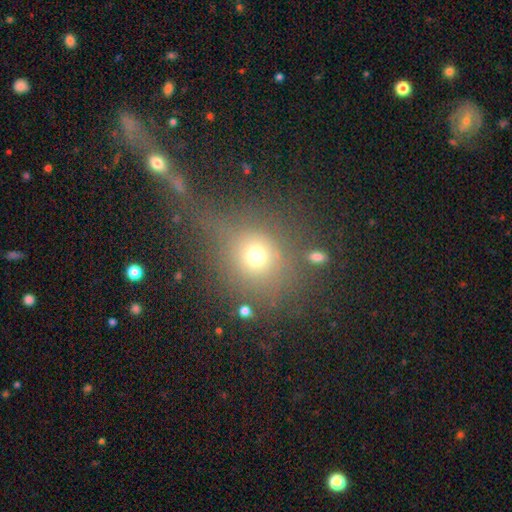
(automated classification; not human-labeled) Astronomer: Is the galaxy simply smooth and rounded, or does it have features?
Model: smooth — 67%.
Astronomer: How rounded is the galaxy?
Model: round — 79%.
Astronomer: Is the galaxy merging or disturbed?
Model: none — 50%.